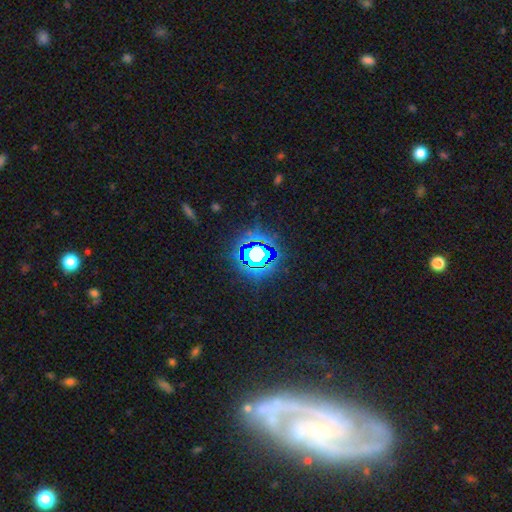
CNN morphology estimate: Smooth or featured? star or artifact (70%)